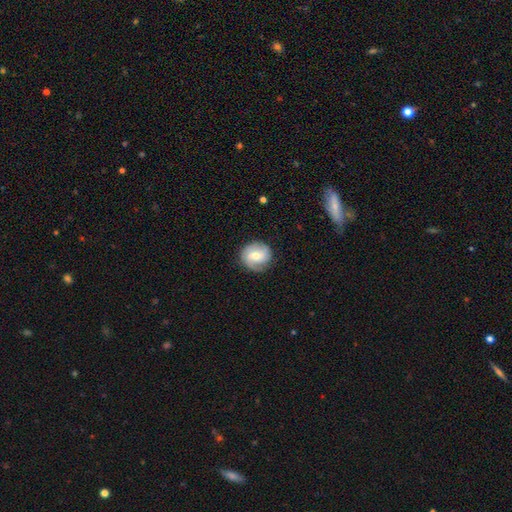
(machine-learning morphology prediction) smooth-or-featured: featured or disk: 59% | smooth: 35% | star or artifact: 7%
  disk-edge-on: no: 97% | yes: 3%
    bar: no: 46% | weak: 42% | strong: 13%
    has-spiral-arms: yes: 88% | no: 12%
    bulge-size: moderate: 62% | small: 32% | large: 4% | none: 1% | dominant: 1%
  merging: none: 81% | minor disturbance: 14% | major disturbance: 4% | merger: 1%